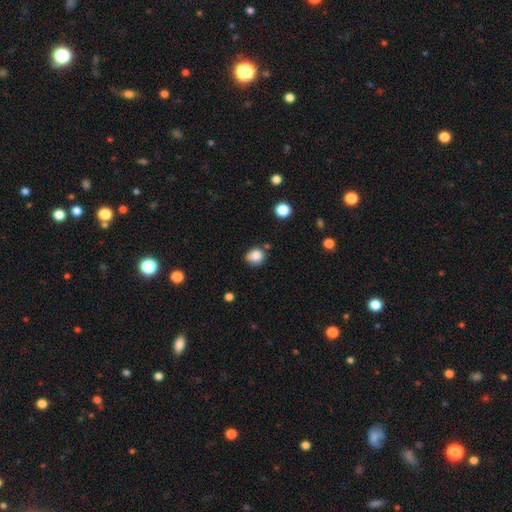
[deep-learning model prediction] Q: Smooth or featured?
A: smooth (85%); runner-up: star or artifact (10%)
Q: How rounded?
A: round (77%); runner-up: in between (22%)
Q: Merging?
A: none (67%); runner-up: minor disturbance (22%)